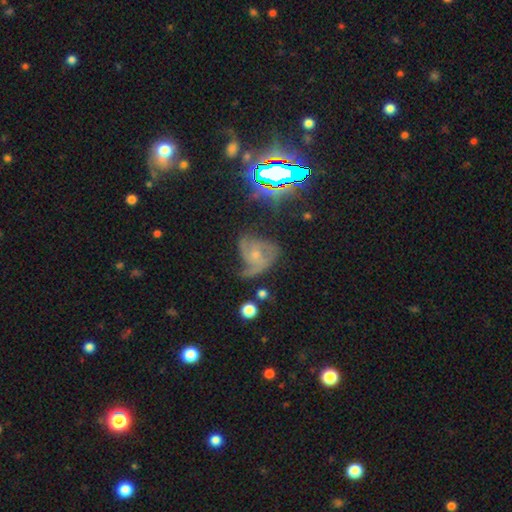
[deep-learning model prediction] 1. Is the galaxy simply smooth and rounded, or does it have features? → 68% featured or disk, 16% smooth, 16% star or artifact.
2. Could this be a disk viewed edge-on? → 97% no, 3% yes.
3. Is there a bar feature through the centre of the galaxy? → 73% no, 22% weak, 5% strong.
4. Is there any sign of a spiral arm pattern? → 88% yes, 12% no.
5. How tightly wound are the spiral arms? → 41% medium, 39% loose, 20% tight.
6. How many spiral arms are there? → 33% 3, 30% 2, 18% can't tell, 11% 1, 5% 4, 4% more than 4.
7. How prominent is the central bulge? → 64% small, 28% moderate, 6% none, 2% large, 1% dominant.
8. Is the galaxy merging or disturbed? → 36% major disturbance, 34% none, 26% minor disturbance, 5% merger.